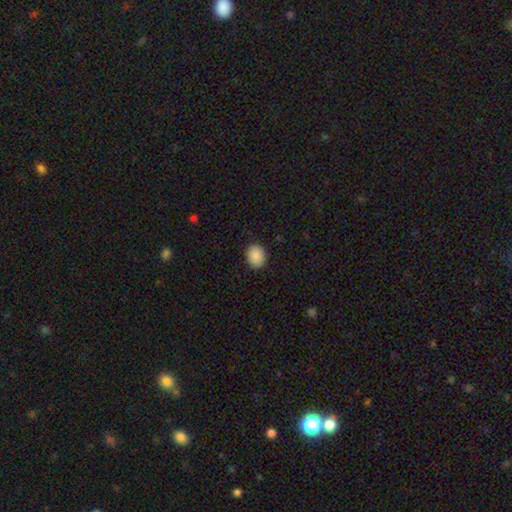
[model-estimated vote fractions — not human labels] A smooth galaxy with no disk features (89%) that is round (56%). Merging: none (89%).